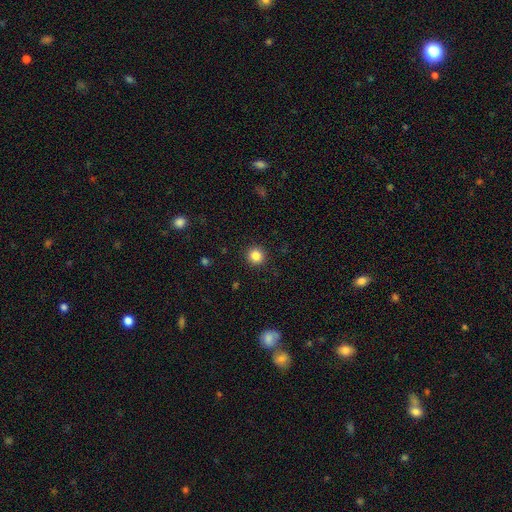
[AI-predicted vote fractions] The model was most divided on "smooth or featured": smooth: 85%, star or artifact: 11%, featured or disk: 4%. More confident: how rounded — round (94%); merging — none (92%).